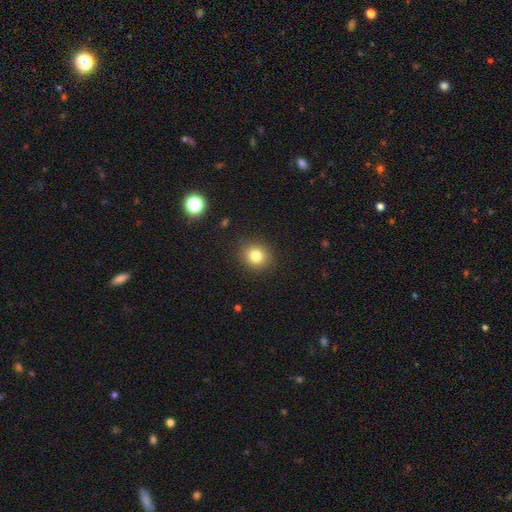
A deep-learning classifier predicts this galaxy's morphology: Smooth or featured: smooth — 81% (star or artifact — 12%)
How rounded: round — 81% (in between — 18%)
Merging: none — 89% (minor disturbance — 7%)